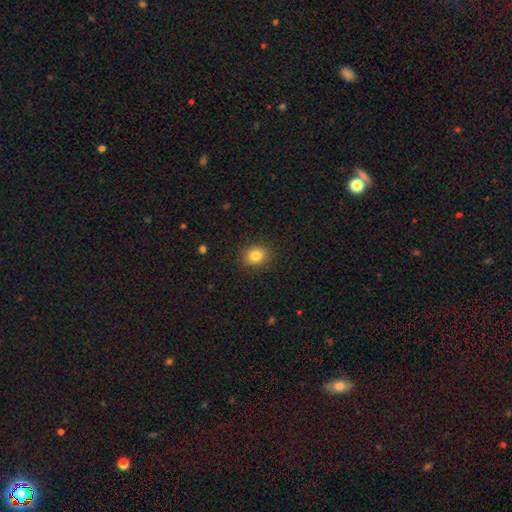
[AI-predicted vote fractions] A smooth galaxy with no disk features (83%) that is round (72%). Merging: none (89%).